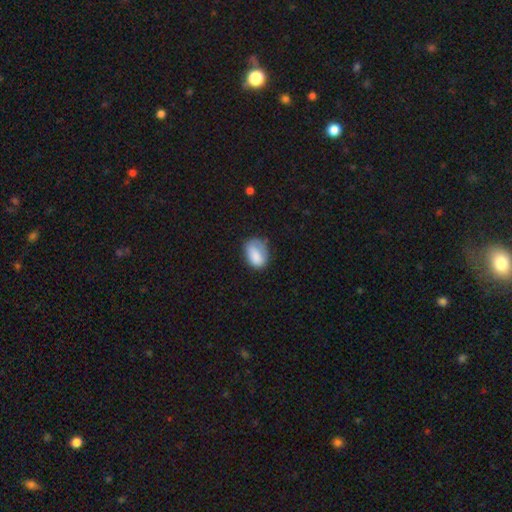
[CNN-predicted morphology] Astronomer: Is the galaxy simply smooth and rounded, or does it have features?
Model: smooth — 82%.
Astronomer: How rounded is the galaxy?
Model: in between — 80%.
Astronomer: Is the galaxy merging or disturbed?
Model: none — 52% (runner-up: minor disturbance, 33%).